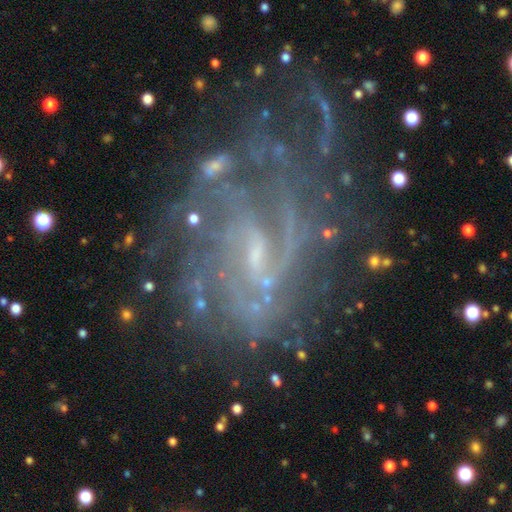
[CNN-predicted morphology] smooth-or-featured: featured or disk: 76% | star or artifact: 14% | smooth: 10%
  disk-edge-on: no: 95% | yes: 5%
    bar: weak: 45% | no: 31% | strong: 23%
    has-spiral-arms: yes: 76% | no: 24%
      spiral-winding: tight: 42% | medium: 36% | loose: 22%
      spiral-arm-count: can't tell: 51% | 2: 18% | 3: 10% | 4: 8% | 1: 8% | more than 4: 6%
    bulge-size: small: 62% | none: 20% | moderate: 15% | large: 2% | dominant: 1%
  merging: none: 46% | major disturbance: 28% | minor disturbance: 21% | merger: 5%